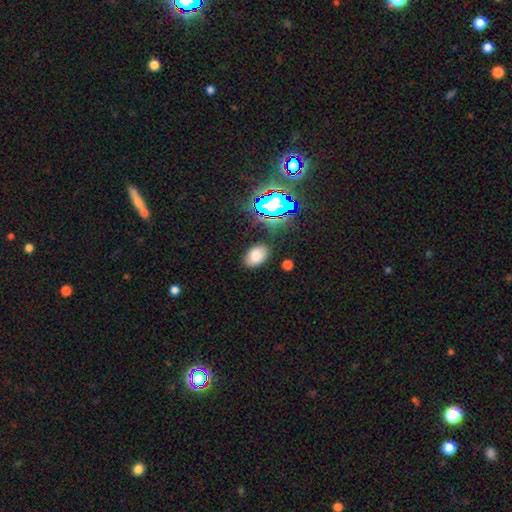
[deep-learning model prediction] The model was most divided on "smooth or featured": smooth: 73%, star or artifact: 17%, featured or disk: 11%. More confident: how rounded — in between (87%); merging — none (84%).